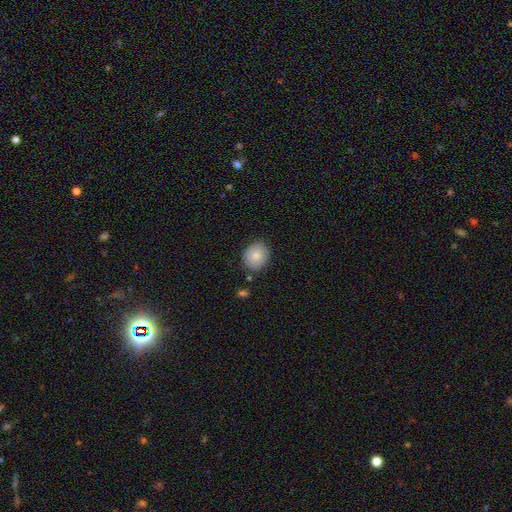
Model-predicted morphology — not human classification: Smooth or featured: smooth — 83% (featured or disk — 10%)
How rounded: round — 58% (in between — 41%)
Merging: none — 83% (minor disturbance — 12%)